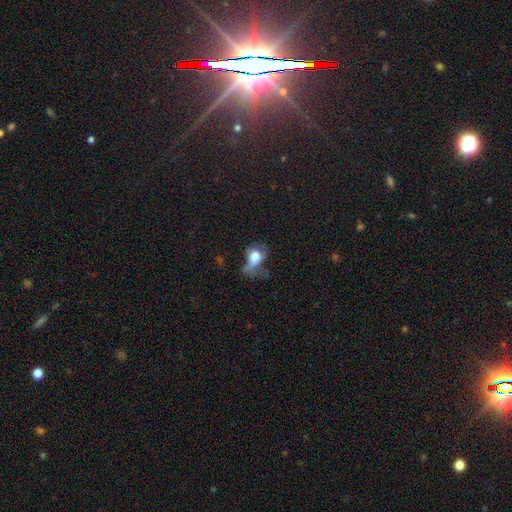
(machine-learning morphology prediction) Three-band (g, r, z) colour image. It shows a smooth galaxy with no disk features (63%) that is in between round and cigar-shaped (67%). Merging: major disturbance (54%).